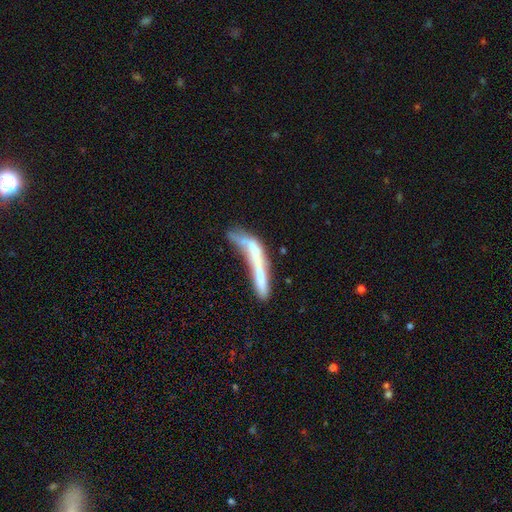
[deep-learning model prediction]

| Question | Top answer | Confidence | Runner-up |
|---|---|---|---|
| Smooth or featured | smooth | 46% | featured or disk (43%) |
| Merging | merger | 29% | major disturbance (28%) |